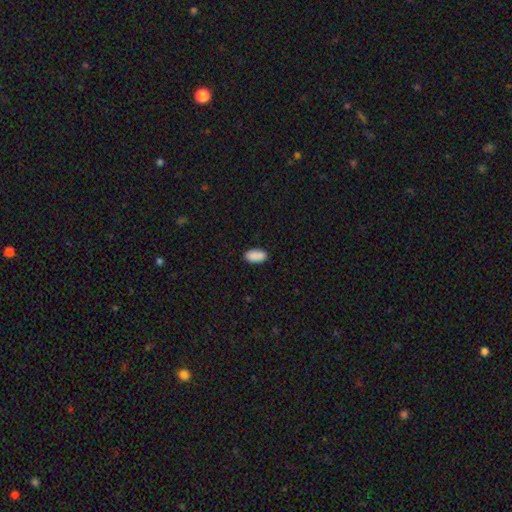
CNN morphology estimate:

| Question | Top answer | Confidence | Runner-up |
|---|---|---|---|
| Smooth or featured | smooth | 90% | star or artifact (7%) |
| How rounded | in between | 94% | cigar-shaped (4%) |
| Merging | none | 87% | minor disturbance (10%) |